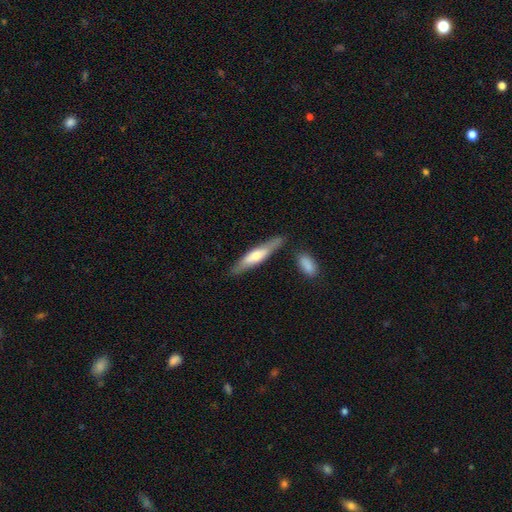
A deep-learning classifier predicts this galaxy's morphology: smooth_or_featured: smooth (p=0.50) [alt: featured or disk p=0.45]
merging: none (p=0.77) [alt: minor disturbance p=0.14]